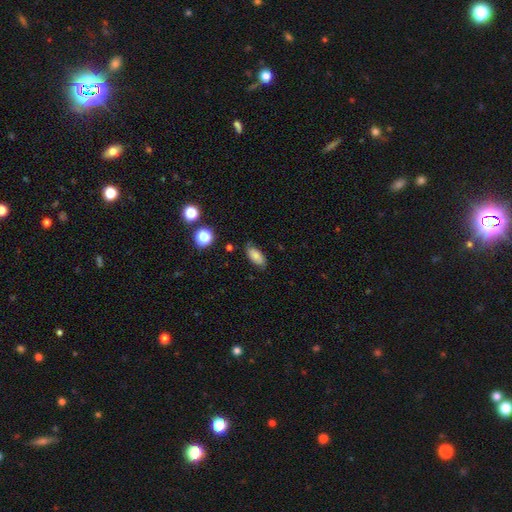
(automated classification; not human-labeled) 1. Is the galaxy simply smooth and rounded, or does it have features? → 77% smooth, 13% featured or disk, 10% star or artifact.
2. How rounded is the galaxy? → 87% in between, 10% cigar-shaped, 3% round.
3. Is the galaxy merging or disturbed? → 79% none, 16% minor disturbance, 3% major disturbance, 2% merger.